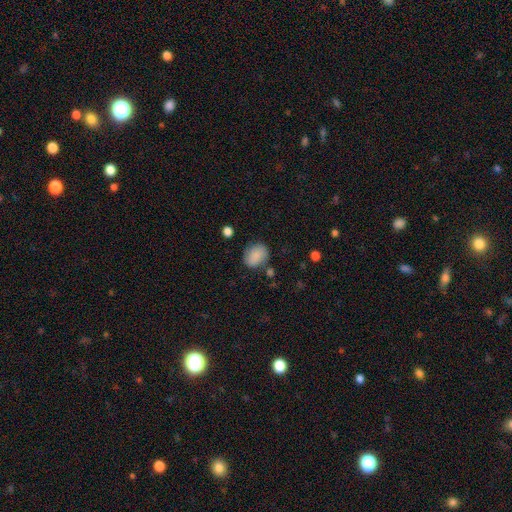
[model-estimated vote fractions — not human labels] Smooth or featured?
  - smooth: 85% *
  - star or artifact: 8%
  - featured or disk: 7%
How rounded?
  - in between: 54% *
  - round: 45%
  - cigar-shaped: 1%
Merging?
  - none: 73% *
  - minor disturbance: 18%
  - major disturbance: 5%
  - merger: 4%